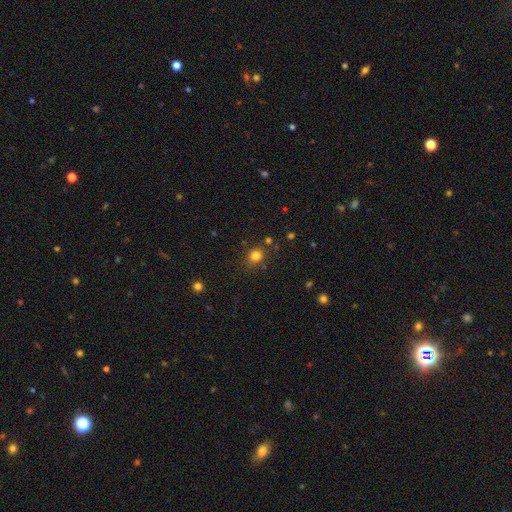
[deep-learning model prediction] smooth-or-featured: smooth: 80% | star or artifact: 15% | featured or disk: 6%
  how-rounded: round: 81% | in between: 18% | cigar-shaped: 1%
  merging: none: 81% | minor disturbance: 11% | merger: 5% | major disturbance: 4%